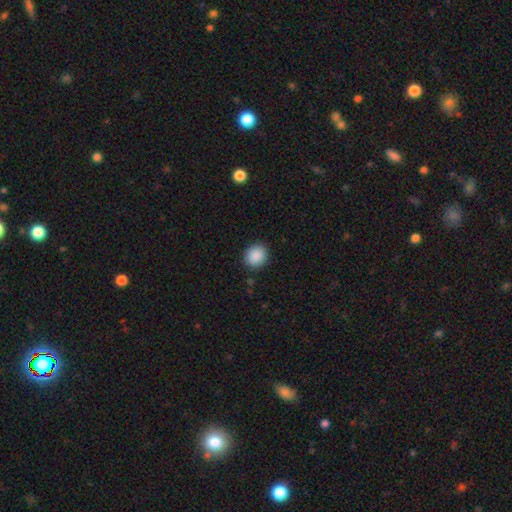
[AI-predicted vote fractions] Q: Smooth or featured?
A: smooth (89%); runner-up: star or artifact (8%)
Q: How rounded?
A: round (75%); runner-up: in between (24%)
Q: Merging?
A: none (89%); runner-up: minor disturbance (8%)